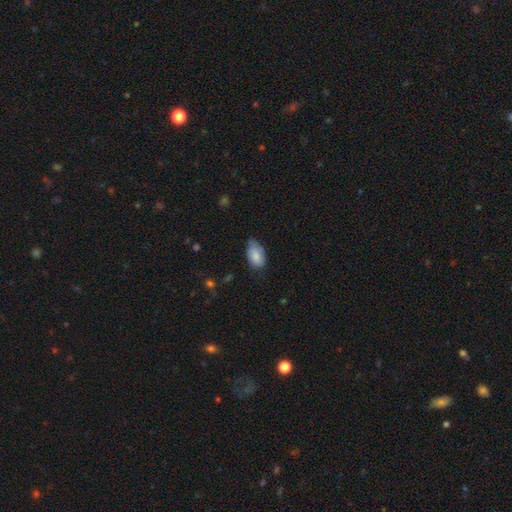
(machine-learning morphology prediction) smooth 79%, featured or disk 14%, star or artifact 7%. Down the decision tree: how rounded — in between (92%); merging — none (48%).